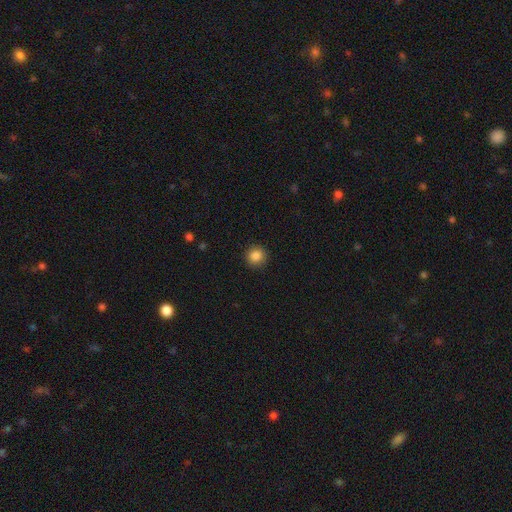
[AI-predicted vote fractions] The model was most divided on "smooth or featured": smooth: 86%, star or artifact: 10%, featured or disk: 4%. More confident: how rounded — round (93%); merging — none (91%).